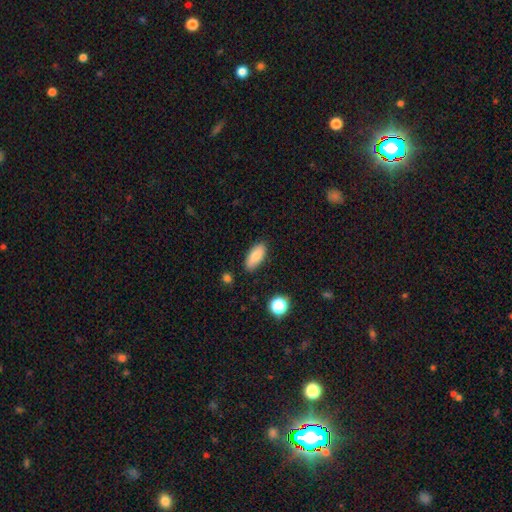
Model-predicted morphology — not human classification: Q: Smooth or featured?
A: smooth (85%); runner-up: featured or disk (8%)
Q: How rounded?
A: in between (85%); runner-up: cigar-shaped (12%)
Q: Merging?
A: none (85%); runner-up: minor disturbance (11%)